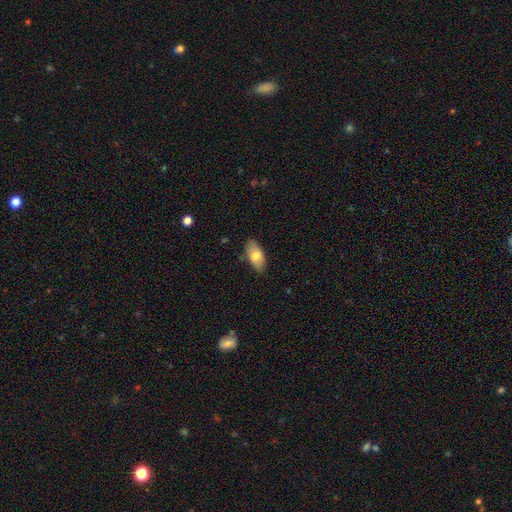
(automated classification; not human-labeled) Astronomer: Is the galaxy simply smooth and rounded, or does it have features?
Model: smooth — 75%.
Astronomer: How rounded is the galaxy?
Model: in between — 92%.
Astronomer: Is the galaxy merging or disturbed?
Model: none — 82%.